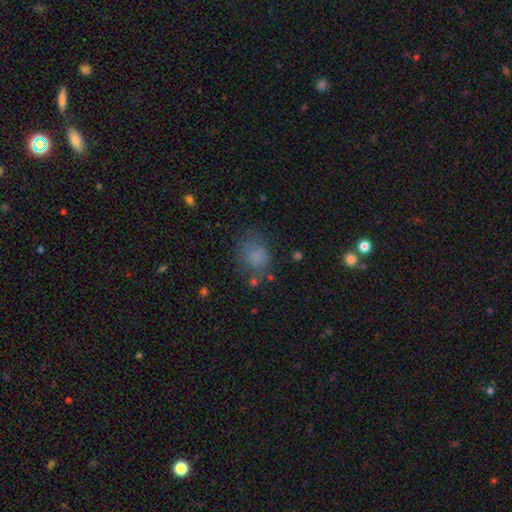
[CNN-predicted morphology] Q: Smooth or featured?
A: smooth (76%); runner-up: star or artifact (14%)
Q: How rounded?
A: round (54%); runner-up: in between (45%)
Q: Merging?
A: none (61%); runner-up: minor disturbance (22%)